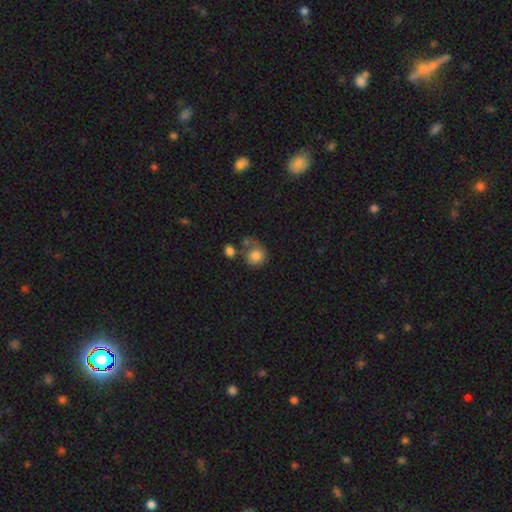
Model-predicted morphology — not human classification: Smooth or featured? smooth (80%)
How rounded? round (85%)
Merging? none (48%)